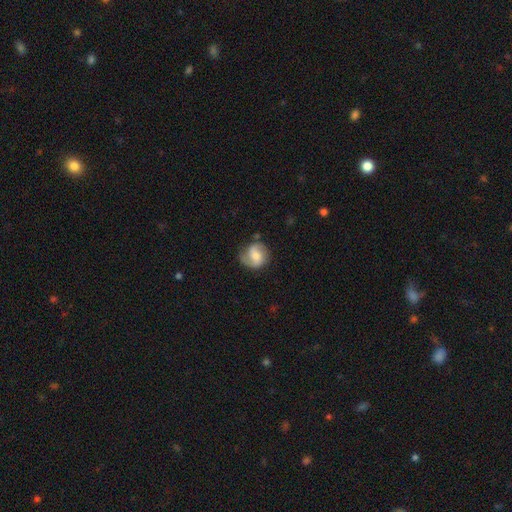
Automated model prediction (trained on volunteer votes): Q: Smooth or featured?
A: featured or disk (63%); runner-up: smooth (30%)
Q: Edge-on disk?
A: no (98%); runner-up: yes (2%)
Q: Bar?
A: weak (47%); runner-up: no (39%)
Q: Spiral arms?
A: yes (91%); runner-up: no (9%)
Q: Spiral winding?
A: medium (46%); runner-up: loose (30%)
Q: Spiral arm count?
A: 2 (77%); runner-up: 1 (13%)
Q: Bulge size?
A: moderate (51%); runner-up: small (36%)
Q: Merging?
A: none (68%); runner-up: minor disturbance (21%)